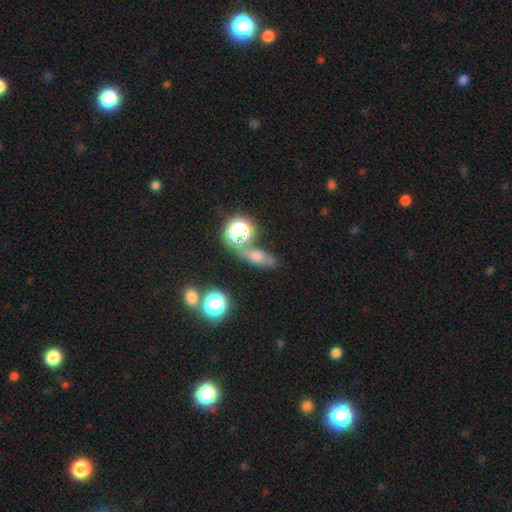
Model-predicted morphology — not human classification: Smooth or featured? smooth (50%)
How rounded? in between (44%)
Merging? none (62%)